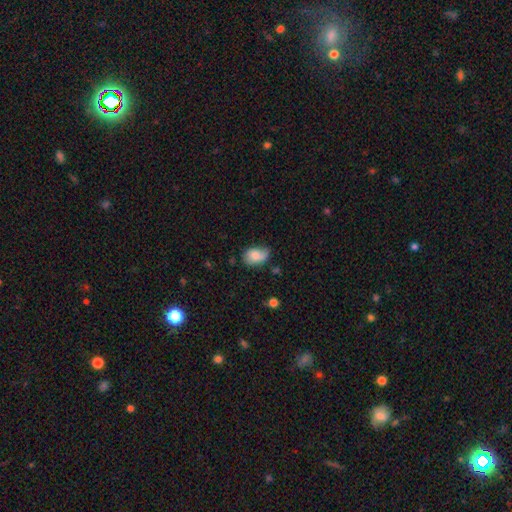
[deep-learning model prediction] smooth_or_featured: smooth (p=0.74) [alt: featured or disk p=0.18]
how_rounded: in between (p=0.86) [alt: round p=0.13]
merging: none (p=0.51) [alt: minor disturbance p=0.37]